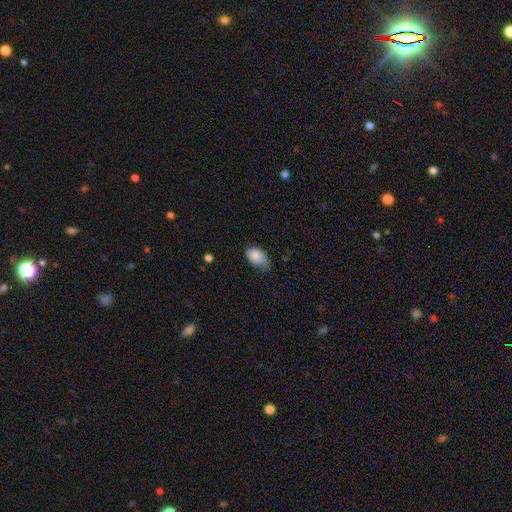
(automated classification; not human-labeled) Q: Smooth or featured?
A: smooth (85%); runner-up: featured or disk (8%)
Q: How rounded?
A: in between (91%); runner-up: round (7%)
Q: Merging?
A: minor disturbance (44%); runner-up: none (42%)